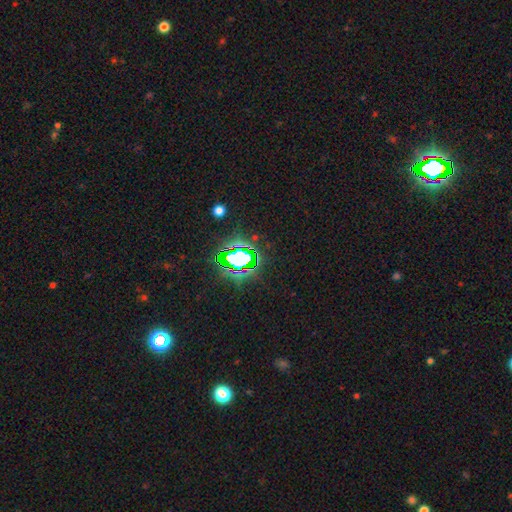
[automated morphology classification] Q: Smooth or featured?
A: star or artifact (82%); runner-up: smooth (11%)